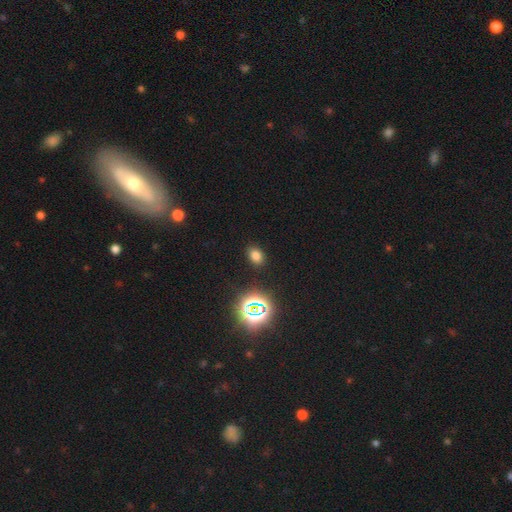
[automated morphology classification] smooth-or-featured: smooth: 71% | star or artifact: 23% | featured or disk: 6%
  how-rounded: in between: 71% | round: 28% | cigar-shaped: 1%
  merging: none: 87% | minor disturbance: 8% | major disturbance: 3% | merger: 2%